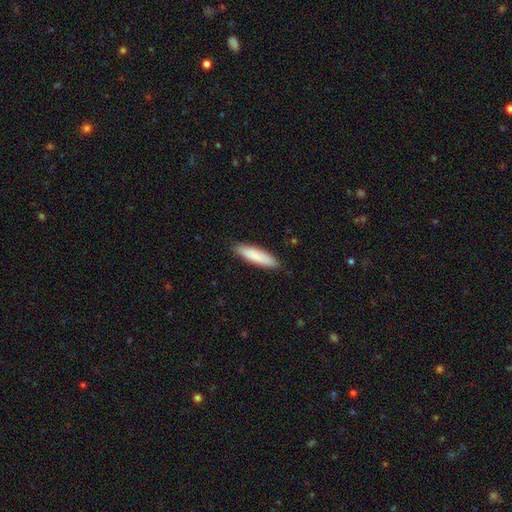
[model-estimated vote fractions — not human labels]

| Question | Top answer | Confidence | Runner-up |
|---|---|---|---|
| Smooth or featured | smooth | 86% | featured or disk (9%) |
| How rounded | cigar-shaped | 70% | in between (28%) |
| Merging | none | 88% | minor disturbance (9%) |